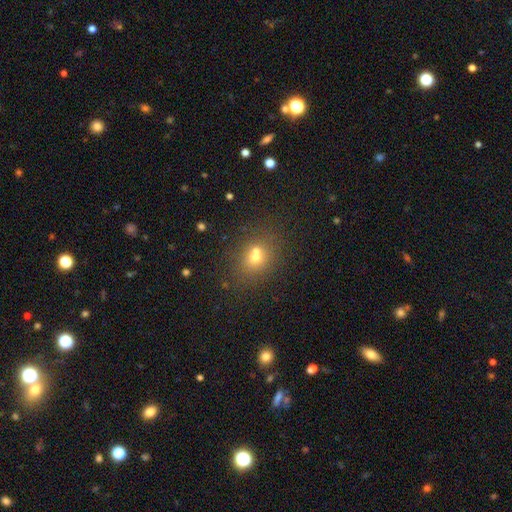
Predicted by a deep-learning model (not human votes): Morphology: type=smooth (63%); roundness=round (56%); merging=none (45%).